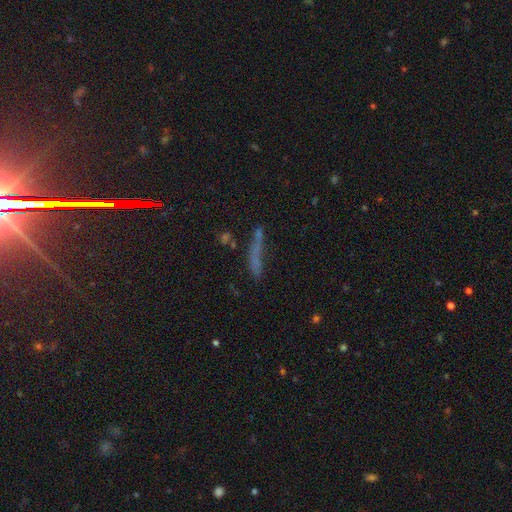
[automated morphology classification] A smooth galaxy with no disk features (53%) that is cigar-shaped (86%). Merging: none (58%).